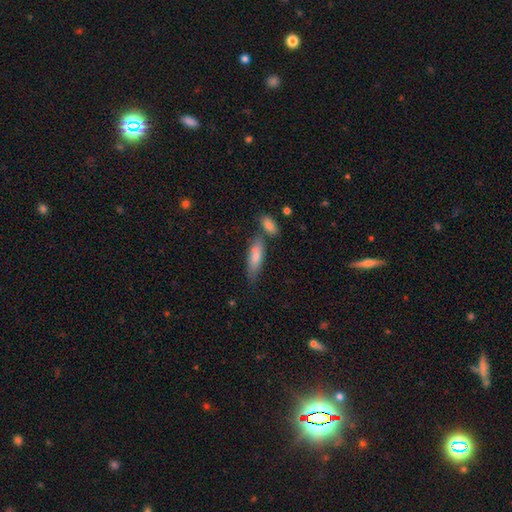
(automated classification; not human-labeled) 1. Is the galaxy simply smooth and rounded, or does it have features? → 76% smooth, 17% featured or disk, 7% star or artifact.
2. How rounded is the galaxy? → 55% cigar-shaped, 43% in between, 2% round.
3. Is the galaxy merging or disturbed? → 61% none, 17% minor disturbance, 17% merger, 4% major disturbance.